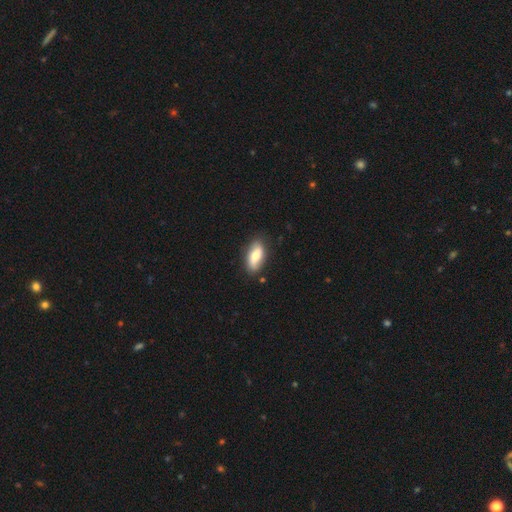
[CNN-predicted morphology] Smooth or featured?
  - smooth: 64% *
  - featured or disk: 29%
  - star or artifact: 6%
How rounded?
  - in between: 87% *
  - cigar-shaped: 9%
  - round: 3%
Merging?
  - none: 80% *
  - minor disturbance: 15%
  - major disturbance: 3%
  - merger: 2%